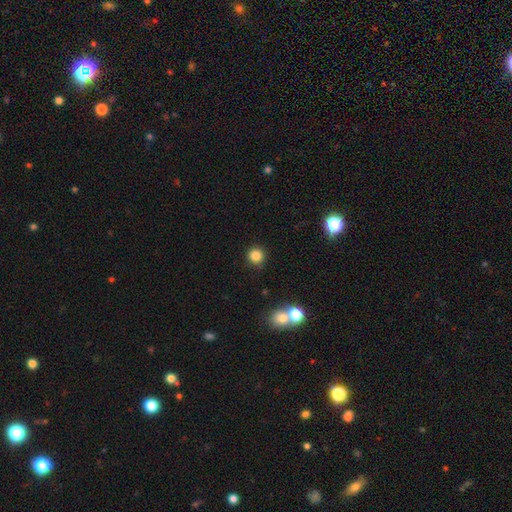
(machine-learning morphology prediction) smooth_or_featured: smooth (p=0.83) [alt: star or artifact p=0.12]
how_rounded: round (p=0.94) [alt: in between p=0.05]
merging: none (p=0.89) [alt: minor disturbance p=0.06]